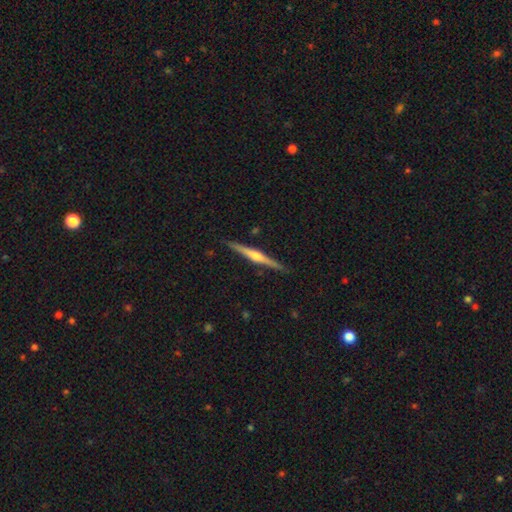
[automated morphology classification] Smooth or featured?
  - featured or disk: 76% *
  - smooth: 19%
  - star or artifact: 5%
Edge-on disk?
  - yes: 98% *
  - no: 2%
Edge-on bulge?
  - rounded: 86% *
  - boxy: 7%
  - none: 7%
Merging?
  - none: 91% *
  - minor disturbance: 7%
  - major disturbance: 1%
  - merger: 1%